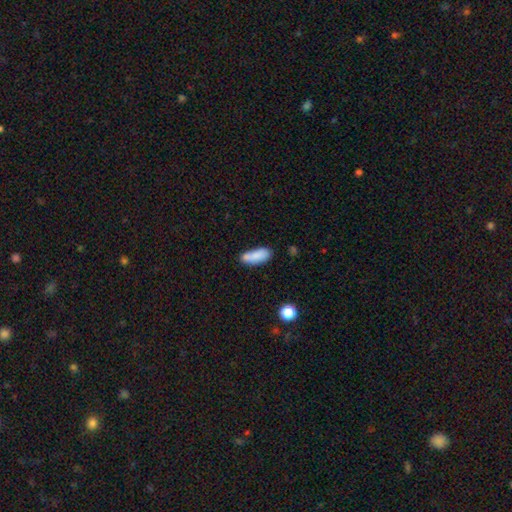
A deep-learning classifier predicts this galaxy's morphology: Smooth or featured? Predicted: smooth (p=0.84). How rounded? Predicted: in between (p=0.70). Merging? Predicted: none (p=0.64).